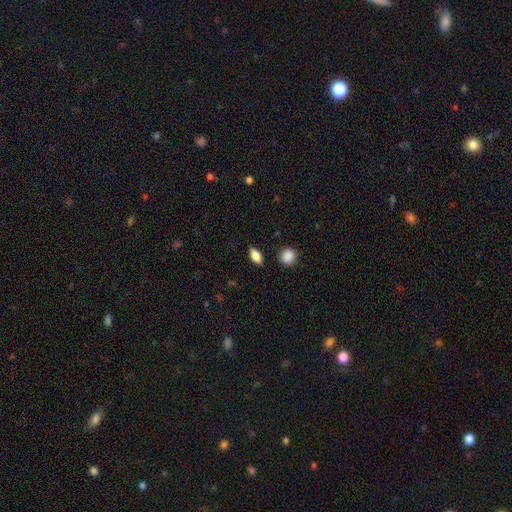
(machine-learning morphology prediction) smooth 79%, featured or disk 12%, star or artifact 8%. Down the decision tree: how rounded — in between (82%); merging — none (86%).